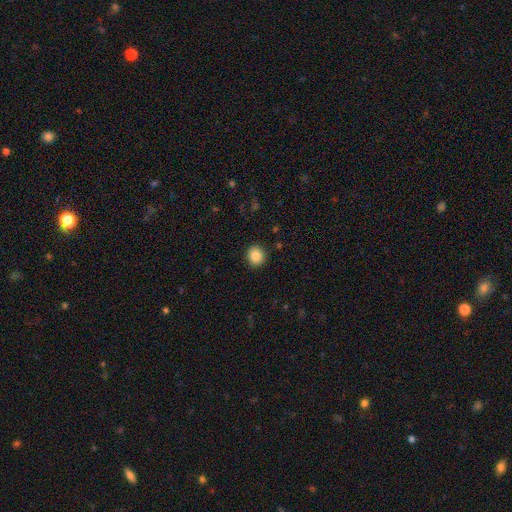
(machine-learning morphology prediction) Q: Smooth or featured?
A: smooth (87%); runner-up: star or artifact (9%)
Q: How rounded?
A: round (89%); runner-up: in between (10%)
Q: Merging?
A: none (91%); runner-up: minor disturbance (6%)